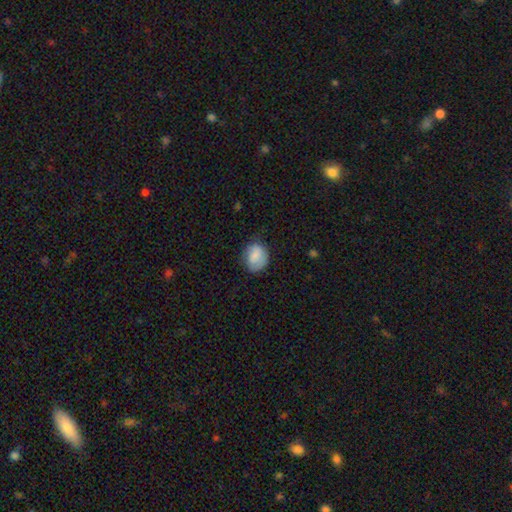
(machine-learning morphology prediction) Smooth or featured? Predicted: smooth (p=0.82). How rounded? Predicted: in between (p=0.51). Merging? Predicted: none (p=0.65).